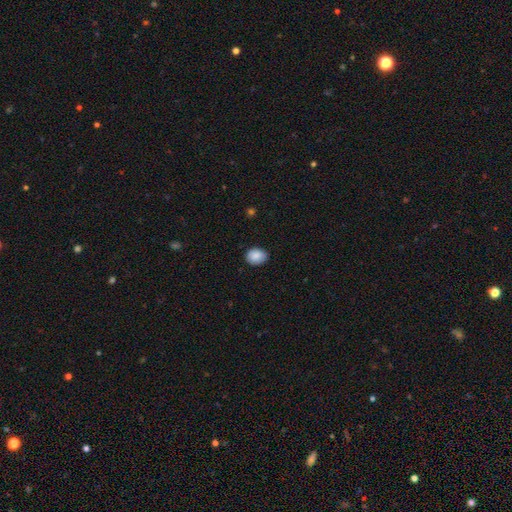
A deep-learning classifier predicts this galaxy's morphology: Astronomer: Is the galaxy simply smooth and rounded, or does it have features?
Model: smooth — 88%.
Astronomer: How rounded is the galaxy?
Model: in between — 58% (runner-up: round, 41%).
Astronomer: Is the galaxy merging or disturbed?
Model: none — 80%.